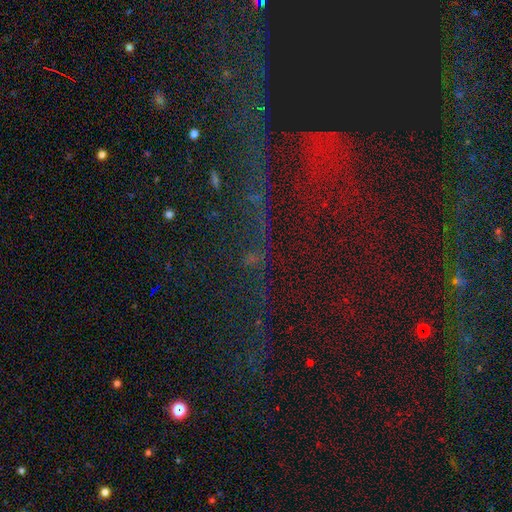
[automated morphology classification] star or artifact 79%, featured or disk 11%, smooth 10%.